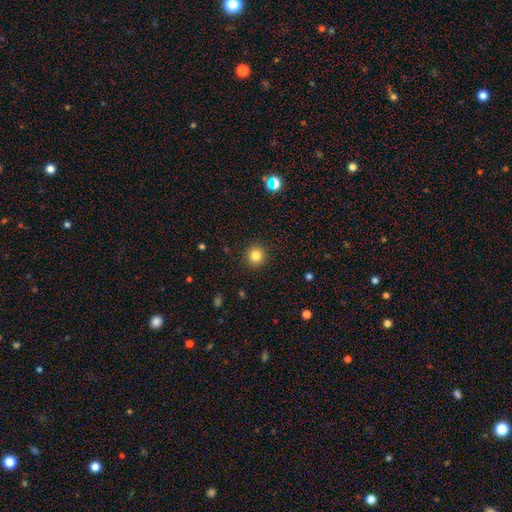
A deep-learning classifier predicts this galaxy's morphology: This is clearly a smooth galaxy (83%). How rounded: clearly round (94%). Merging: clearly none (92%).